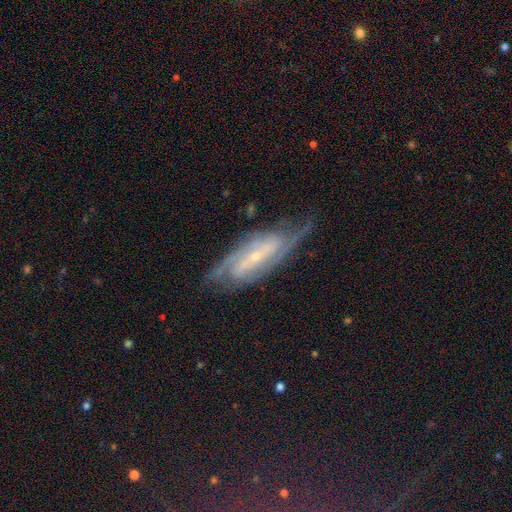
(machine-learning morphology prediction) smooth_or_featured: featured or disk (p=0.87) [alt: smooth p=0.07]
disk_edge_on: no (p=0.88) [alt: yes p=0.12]
bar: strong (p=0.39) [alt: weak p=0.37]
has_spiral_arms: yes (p=0.96) [alt: no p=0.04]
spiral_winding: tight (p=0.44) [alt: medium p=0.42]
spiral_arm_count: 2 (p=0.56) [alt: can't tell p=0.18]
bulge_size: small (p=0.77) [alt: moderate p=0.18]
merging: none (p=0.71) [alt: minor disturbance p=0.19]